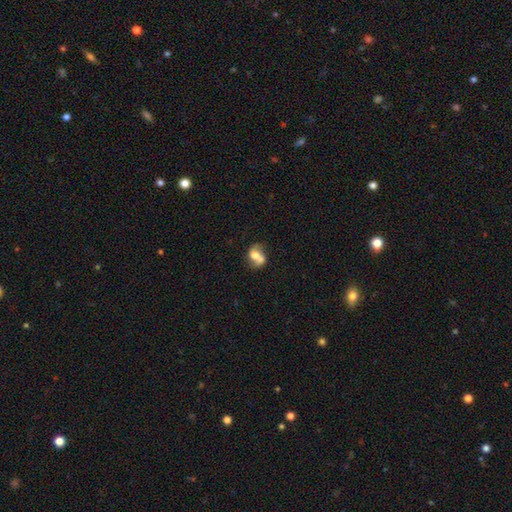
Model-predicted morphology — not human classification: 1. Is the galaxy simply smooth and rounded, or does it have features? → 55% smooth, 35% featured or disk, 9% star or artifact.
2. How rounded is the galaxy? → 55% in between, 43% round, 1% cigar-shaped.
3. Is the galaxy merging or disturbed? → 51% merger, 28% none, 13% minor disturbance, 8% major disturbance.